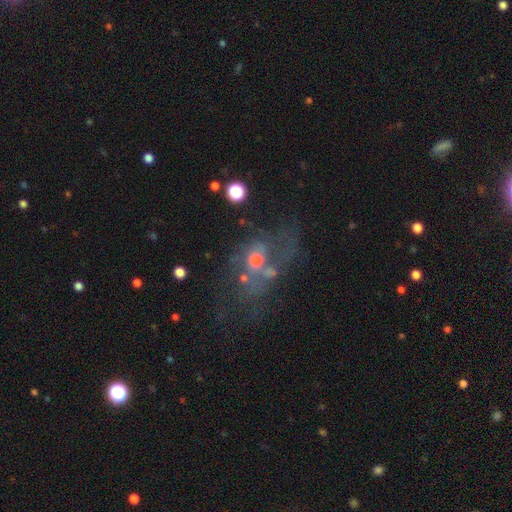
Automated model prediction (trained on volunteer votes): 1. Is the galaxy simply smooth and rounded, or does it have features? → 44% featured or disk, 30% star or artifact, 25% smooth.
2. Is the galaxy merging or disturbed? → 42% none, 22% merger, 20% major disturbance, 15% minor disturbance.